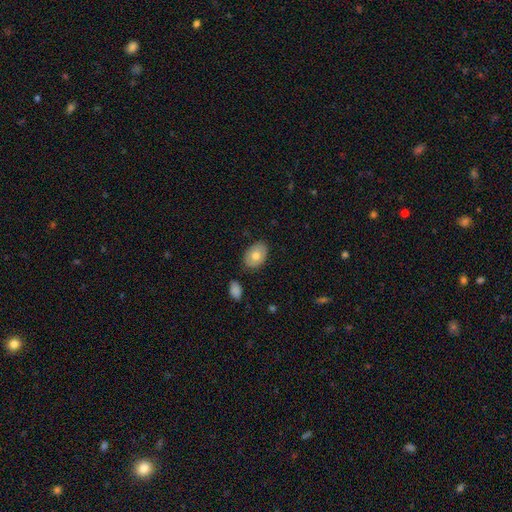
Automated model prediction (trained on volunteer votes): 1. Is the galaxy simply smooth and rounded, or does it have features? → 73% smooth, 20% featured or disk, 7% star or artifact.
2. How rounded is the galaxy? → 83% in between, 16% round, 1% cigar-shaped.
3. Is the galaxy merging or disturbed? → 81% none, 13% minor disturbance, 3% major disturbance, 3% merger.